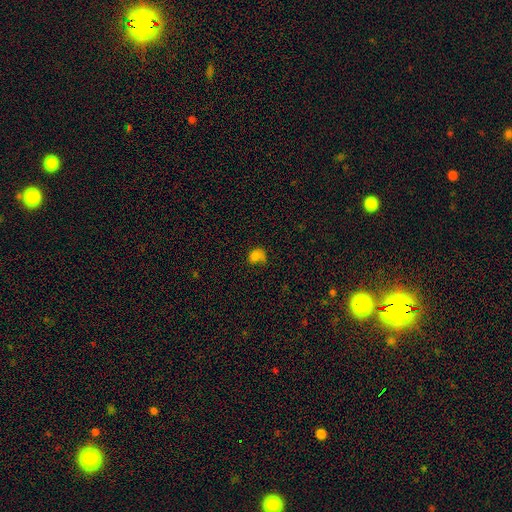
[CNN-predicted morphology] A smooth galaxy with no disk features (75%) that is round (52%). Merging: none (39%).